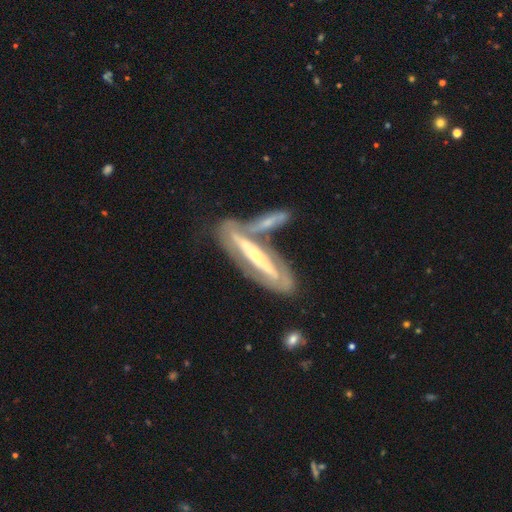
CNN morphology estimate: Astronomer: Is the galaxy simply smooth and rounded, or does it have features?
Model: featured or disk — 79%.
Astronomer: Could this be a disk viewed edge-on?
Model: no — 57% (runner-up: yes, 43%).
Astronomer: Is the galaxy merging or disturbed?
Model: none — 42% (runner-up: merger, 34%).